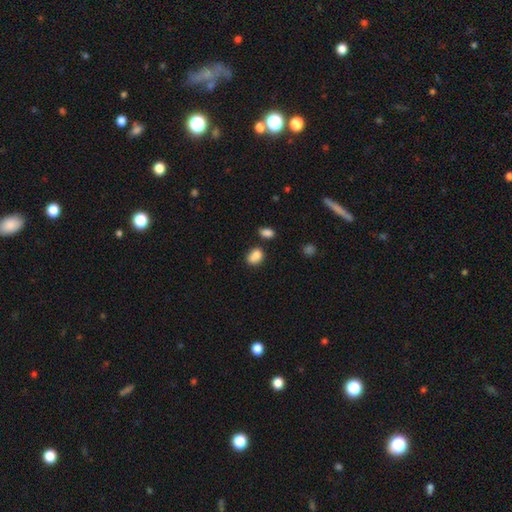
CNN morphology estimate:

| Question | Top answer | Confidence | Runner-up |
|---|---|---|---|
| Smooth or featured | smooth | 83% | star or artifact (10%) |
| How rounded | in between | 62% | round (36%) |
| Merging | none | 55% | minor disturbance (21%) |